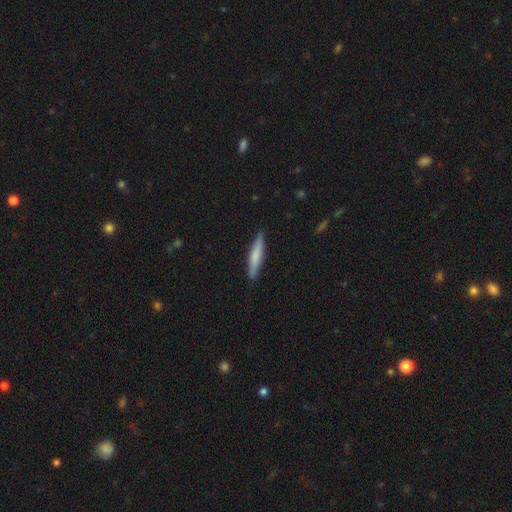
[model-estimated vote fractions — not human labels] Smooth or featured? smooth (66%)
How rounded? cigar-shaped (91%)
Merging? none (89%)